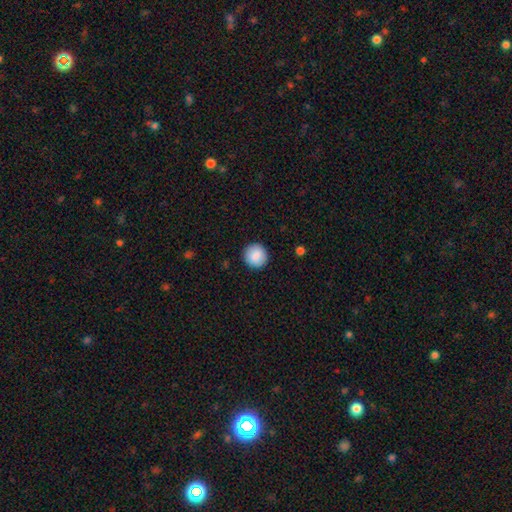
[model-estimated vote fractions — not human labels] A smooth galaxy with no disk features (88%) that is round (94%). Merging: none (92%).